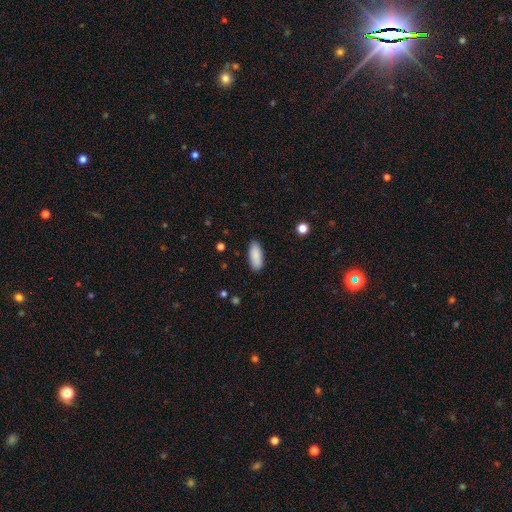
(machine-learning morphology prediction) The model was most divided on "how rounded": in between: 80%, cigar-shaped: 19%, round: 2%. More confident: smooth or featured — smooth (90%); merging — none (88%).